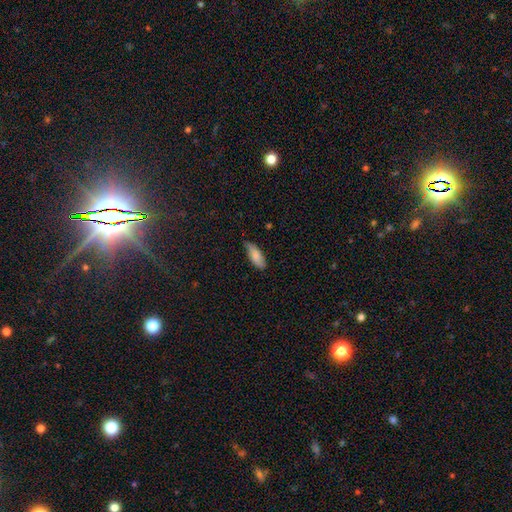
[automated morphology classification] smooth-or-featured: smooth: 84% | featured or disk: 10% | star or artifact: 6%
  how-rounded: in between: 71% | cigar-shaped: 27% | round: 2%
  merging: none: 68% | minor disturbance: 27% | major disturbance: 4% | merger: 1%